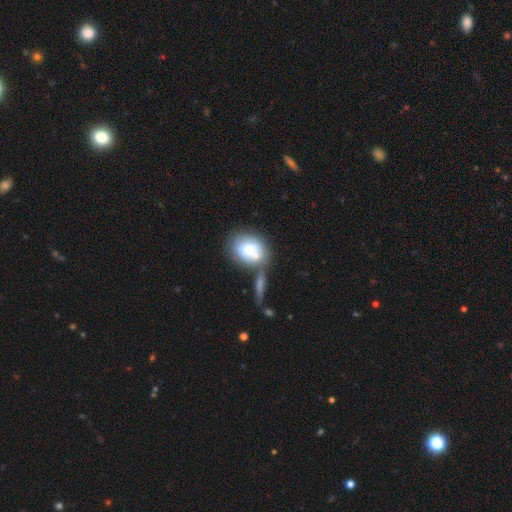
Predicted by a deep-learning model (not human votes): smooth 74%, featured or disk 19%, star or artifact 7%. Down the decision tree: how rounded — in between (56%); merging — merger (39%).